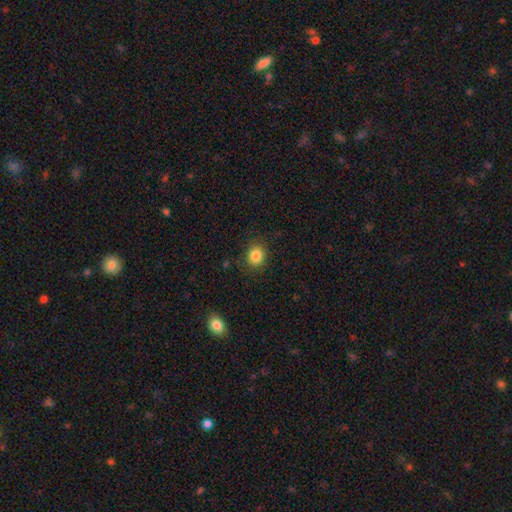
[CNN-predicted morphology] Smooth or featured?
  - smooth: 85% *
  - star or artifact: 11%
  - featured or disk: 5%
How rounded?
  - round: 79% *
  - in between: 20%
  - cigar-shaped: 1%
Merging?
  - none: 85% *
  - minor disturbance: 10%
  - major disturbance: 3%
  - merger: 1%